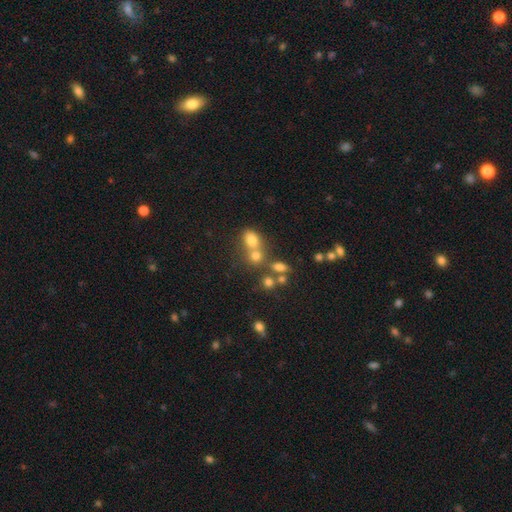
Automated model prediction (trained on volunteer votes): Overall: smooth (70%). How rounded: round (60%; in between 39%). Merging: merger (46%; none 40%).